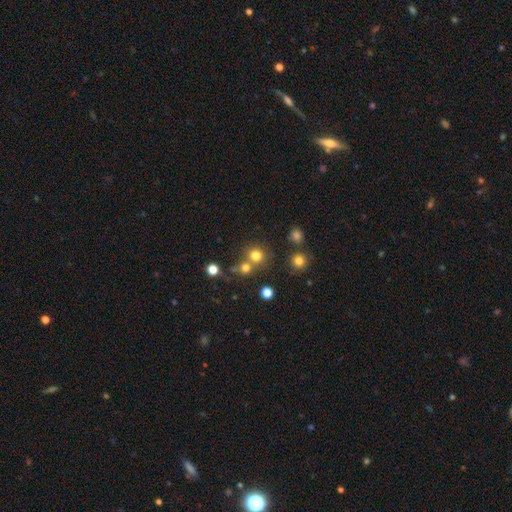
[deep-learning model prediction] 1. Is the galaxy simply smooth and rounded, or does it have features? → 75% smooth, 17% star or artifact, 8% featured or disk.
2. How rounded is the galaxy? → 88% round, 11% in between, 1% cigar-shaped.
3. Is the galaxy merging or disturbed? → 59% none, 30% merger, 8% minor disturbance, 4% major disturbance.